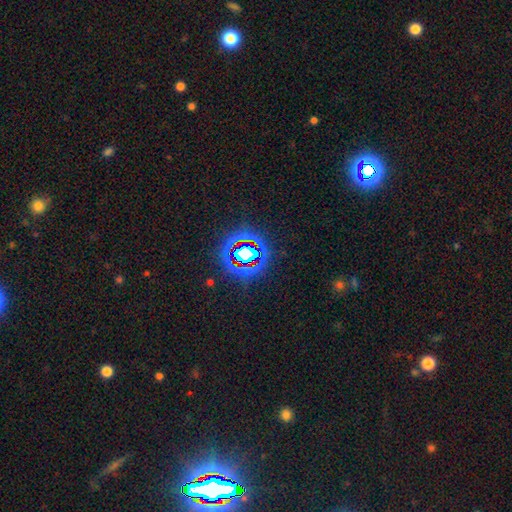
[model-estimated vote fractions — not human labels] star or artifact 76%, smooth 13%, featured or disk 10%.